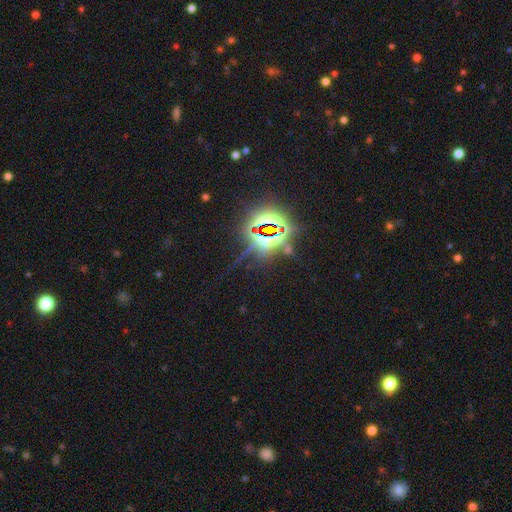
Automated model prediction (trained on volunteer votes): Smooth or featured?
  - star or artifact: 84% *
  - smooth: 9%
  - featured or disk: 7%